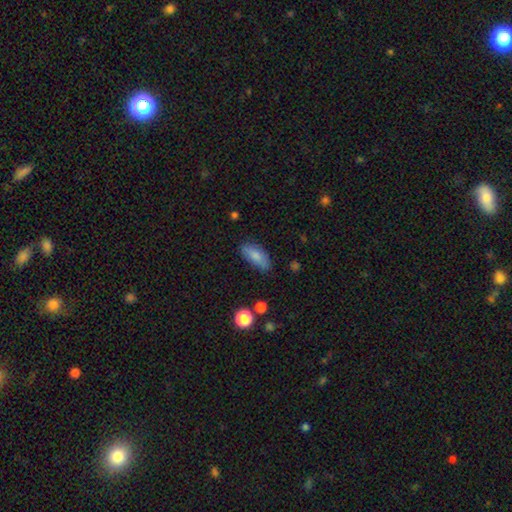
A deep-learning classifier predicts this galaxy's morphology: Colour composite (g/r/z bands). It shows a smooth galaxy with no disk features (81%) that is in between round and cigar-shaped (84%). Merging: none (74%).